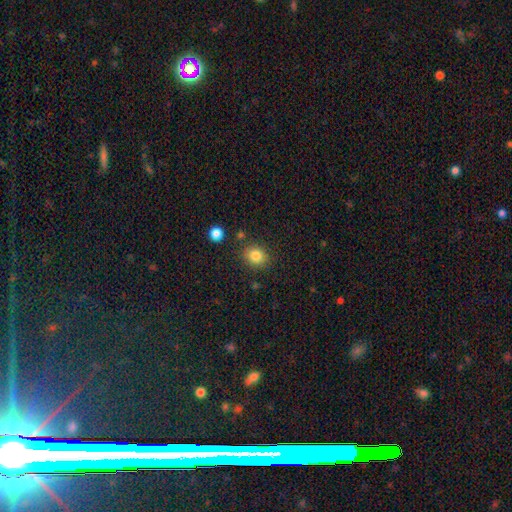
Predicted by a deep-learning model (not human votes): smooth_or_featured: smooth (p=0.83) [alt: star or artifact p=0.11]
how_rounded: round (p=0.70) [alt: in between p=0.29]
merging: none (p=0.84) [alt: minor disturbance p=0.10]